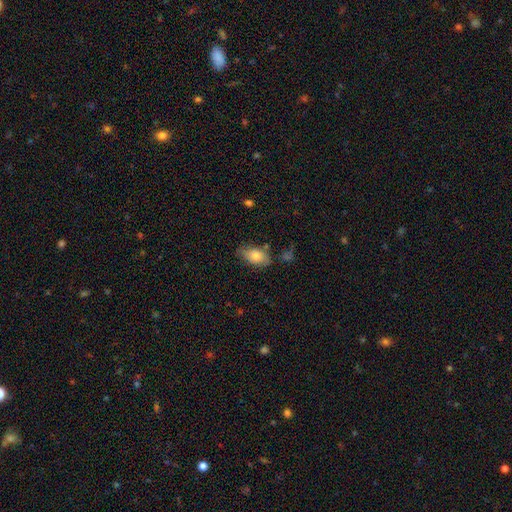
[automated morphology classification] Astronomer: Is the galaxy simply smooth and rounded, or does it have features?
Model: smooth — 76%.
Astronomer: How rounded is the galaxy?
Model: in between — 90%.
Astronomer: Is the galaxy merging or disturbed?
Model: none — 65%.